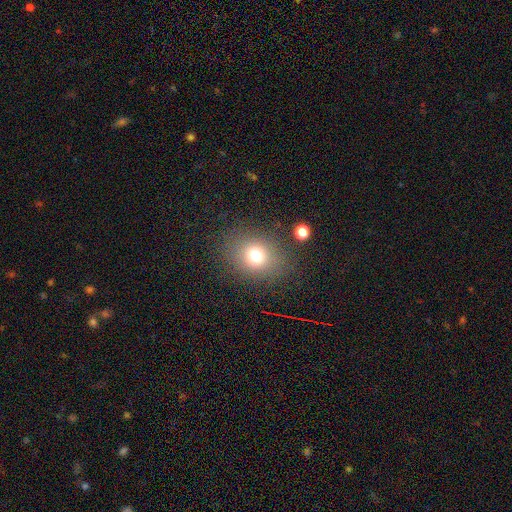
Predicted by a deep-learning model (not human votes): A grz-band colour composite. It shows a smooth galaxy with no disk features (72%) that is round (63%). Merging: none (82%).